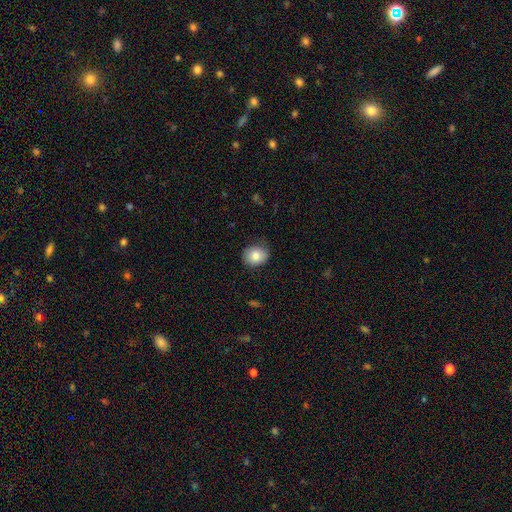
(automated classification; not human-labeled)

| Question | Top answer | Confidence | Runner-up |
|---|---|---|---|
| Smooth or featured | smooth | 83% | featured or disk (9%) |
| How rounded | round | 62% | in between (37%) |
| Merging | none | 80% | minor disturbance (16%) |